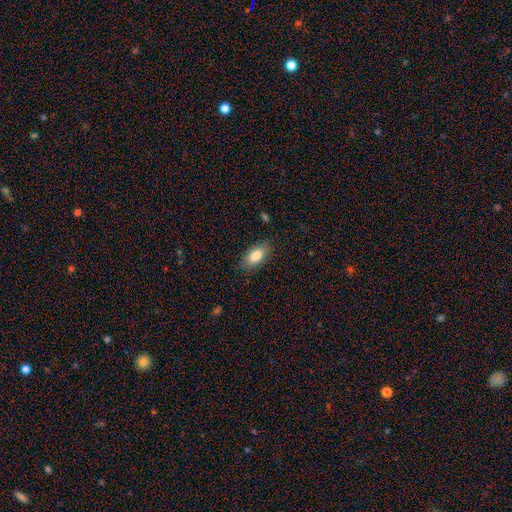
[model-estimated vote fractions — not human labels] Smooth or featured? smooth (83%)
How rounded? in between (91%)
Merging? none (84%)